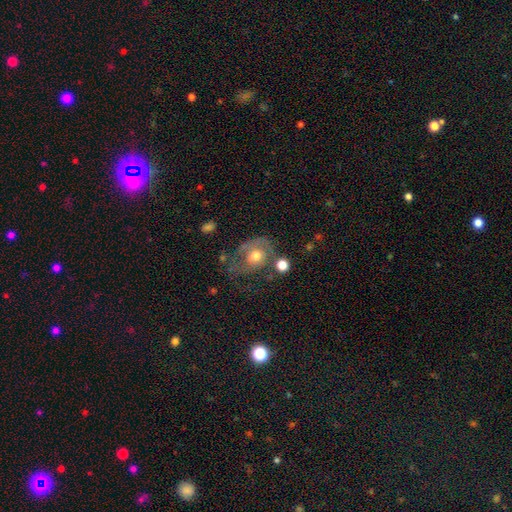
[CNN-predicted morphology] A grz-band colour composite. It shows a featured or disk galaxy (49%). Merging: none (35%).